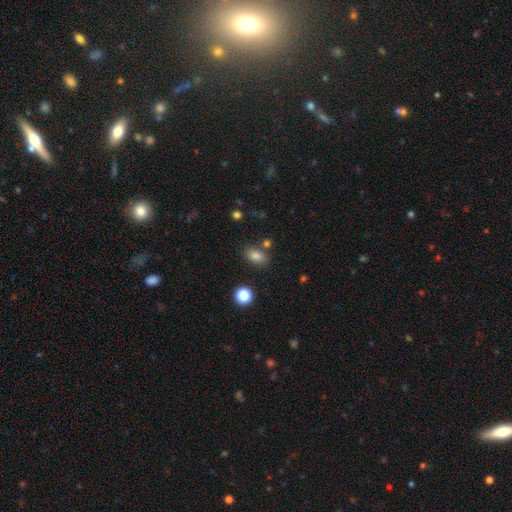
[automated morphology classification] smooth 80%, star or artifact 13%, featured or disk 7%. Down the decision tree: how rounded — in between (82%); merging — none (75%).